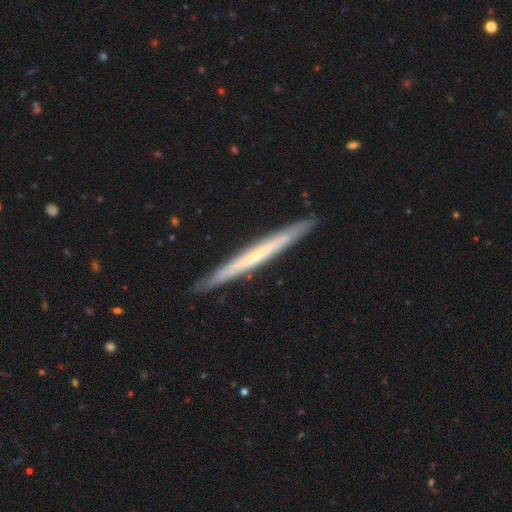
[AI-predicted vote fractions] Overall: featured or disk (63%; smooth 31%). Edge-on disk: yes (96%). Edge-on bulge: none (73%). Merging: none (91%).